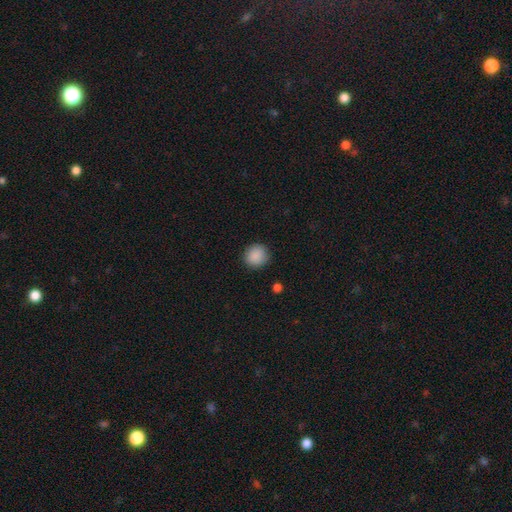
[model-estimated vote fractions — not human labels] Smooth or featured: smooth — 89% (star or artifact — 8%)
How rounded: round — 88% (in between — 11%)
Merging: none — 88% (minor disturbance — 8%)